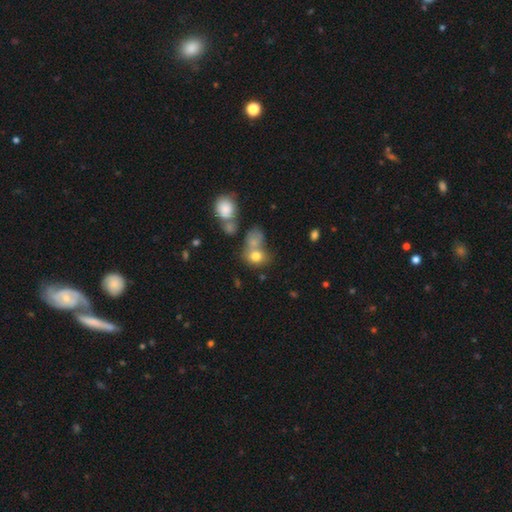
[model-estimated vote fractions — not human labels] The model was most divided on "merging": merger: 41%, none: 39%, minor disturbance: 12%, major disturbance: 8%. More confident: smooth or featured — smooth (75%); how rounded — round (62%).